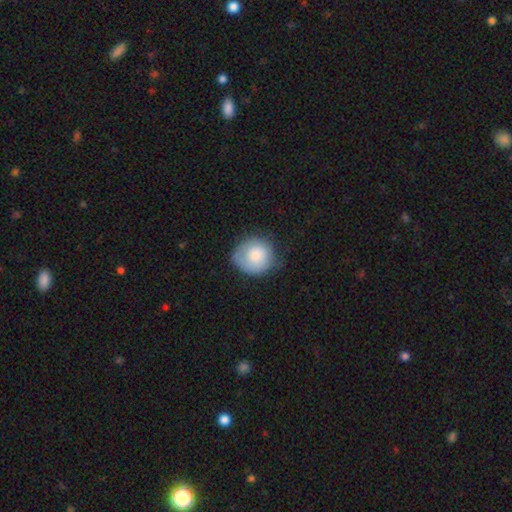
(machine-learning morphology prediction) Smooth or featured?
  - smooth: 75% *
  - featured or disk: 18%
  - star or artifact: 7%
How rounded?
  - round: 85% *
  - in between: 14%
  - cigar-shaped: 1%
Merging?
  - none: 59% *
  - minor disturbance: 29%
  - major disturbance: 10%
  - merger: 2%